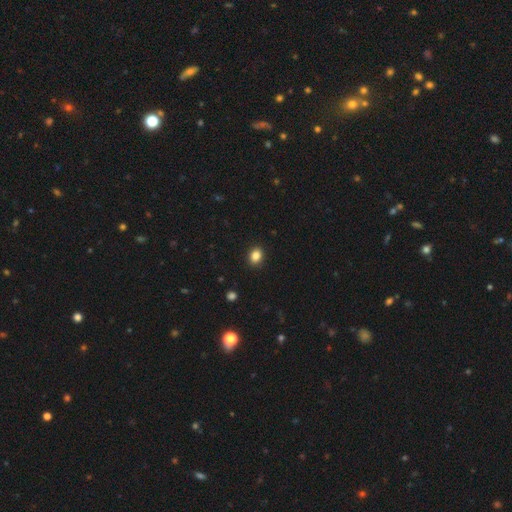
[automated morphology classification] smooth-or-featured: smooth: 86% | star or artifact: 10% | featured or disk: 4%
  how-rounded: in between: 53% | round: 46% | cigar-shaped: 1%
  merging: none: 90% | minor disturbance: 7% | major disturbance: 2% | merger: 1%